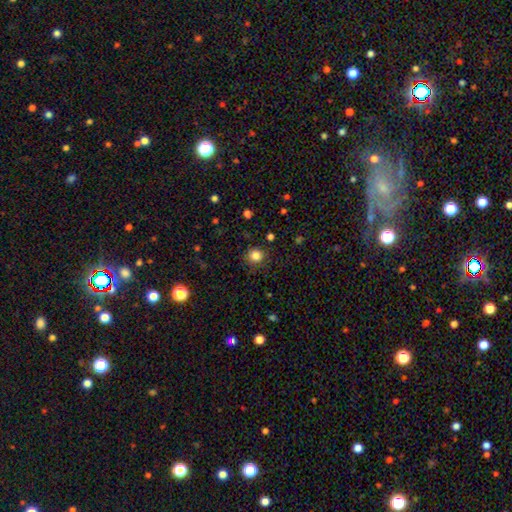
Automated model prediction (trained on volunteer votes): Morphology: type=smooth (83%); roundness=round (91%); merging=none (87%).